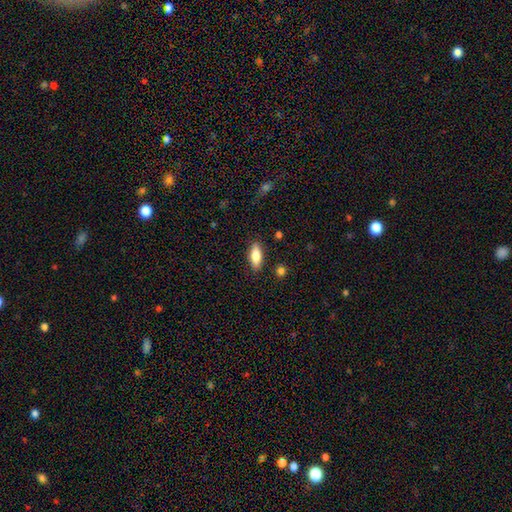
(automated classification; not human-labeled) A smooth galaxy with no disk features (77%) that is in between round and cigar-shaped (73%).

Vote fractions:
- Smooth or featured? smooth: 77% / featured or disk: 17% / star or artifact: 7%
- How rounded? in between: 73% / cigar-shaped: 24% / round: 2%
- Merging? none: 87% / minor disturbance: 10% / major disturbance: 2% / merger: 2%